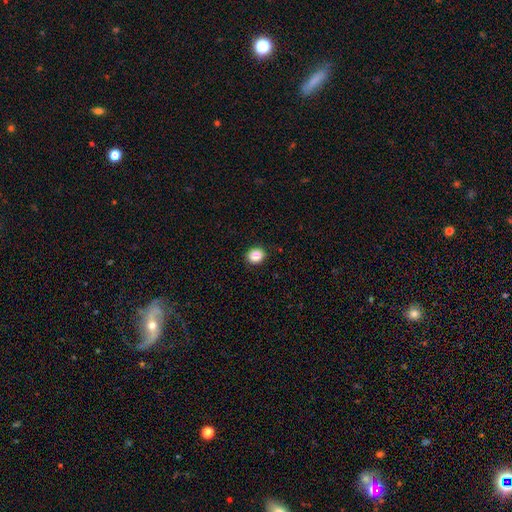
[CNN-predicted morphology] A smooth galaxy with no disk features (88%) that is round (73%).

Vote fractions:
- Smooth or featured? smooth: 88% / star or artifact: 9% / featured or disk: 3%
- How rounded? round: 73% / in between: 26% / cigar-shaped: 1%
- Merging? none: 90% / minor disturbance: 7% / major disturbance: 2% / merger: 1%